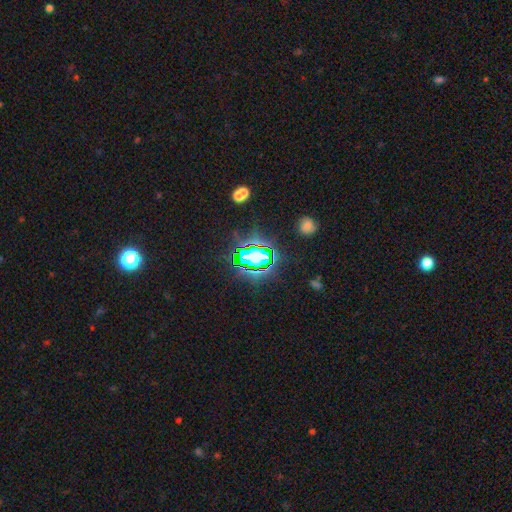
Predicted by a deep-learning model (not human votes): Smooth or featured: star or artifact — 73% (smooth — 17%)